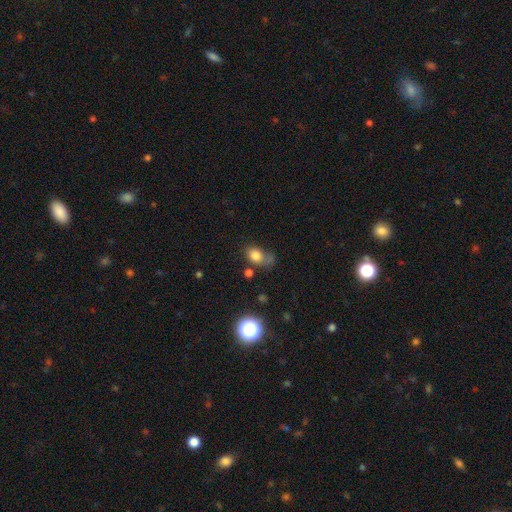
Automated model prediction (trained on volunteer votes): Smooth or featured: smooth — 77% (star or artifact — 12%)
How rounded: in between — 62% (round — 37%)
Merging: none — 42% (minor disturbance — 26%)